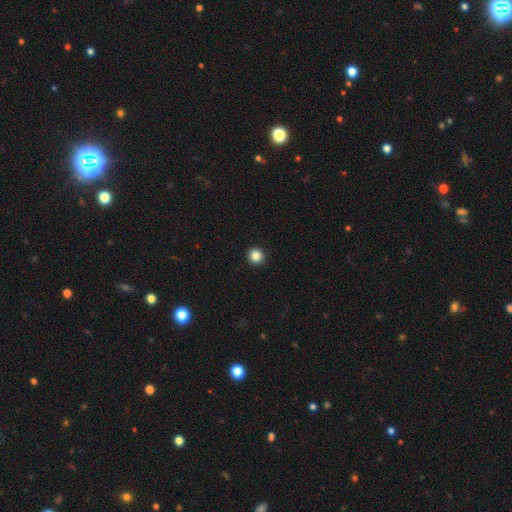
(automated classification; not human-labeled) smooth 85%, star or artifact 11%, featured or disk 4%. Down the decision tree: how rounded — round (94%); merging — none (94%).